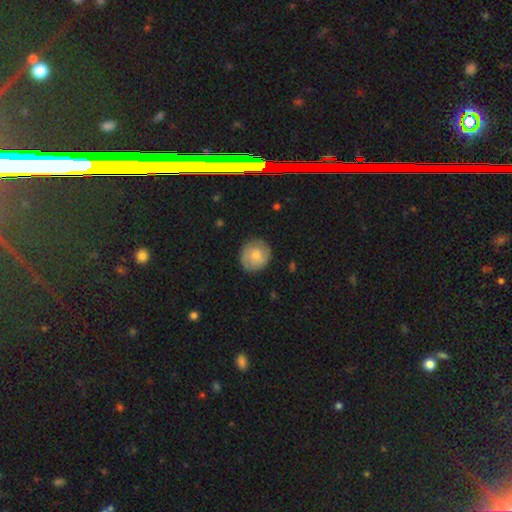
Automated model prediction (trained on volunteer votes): Smooth or featured: smooth — 63% (featured or disk — 30%)
How rounded: round — 90% (in between — 9%)
Merging: none — 84% (minor disturbance — 12%)